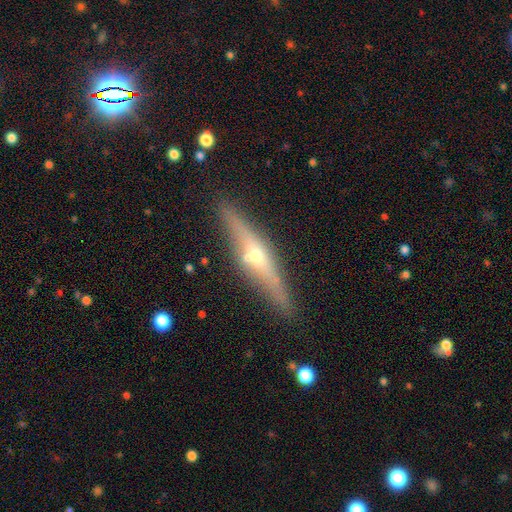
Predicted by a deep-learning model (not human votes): Smooth or featured? Predicted: featured or disk (p=0.76). Edge-on disk? Predicted: yes (p=0.95). Edge-on bulge? Predicted: rounded (p=0.89). Merging? Predicted: none (p=0.87).